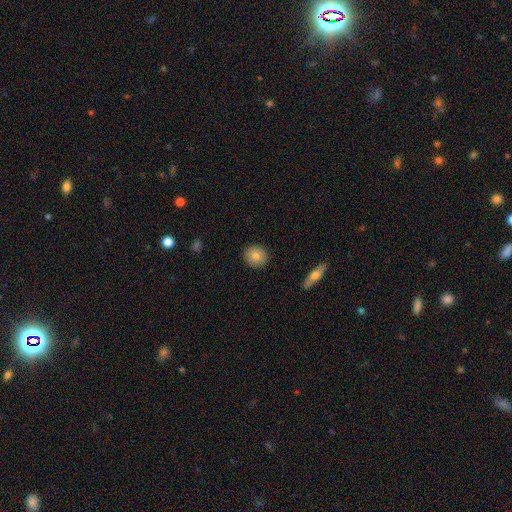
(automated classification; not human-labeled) Smooth or featured? smooth (82%)
How rounded? round (89%)
Merging? none (91%)